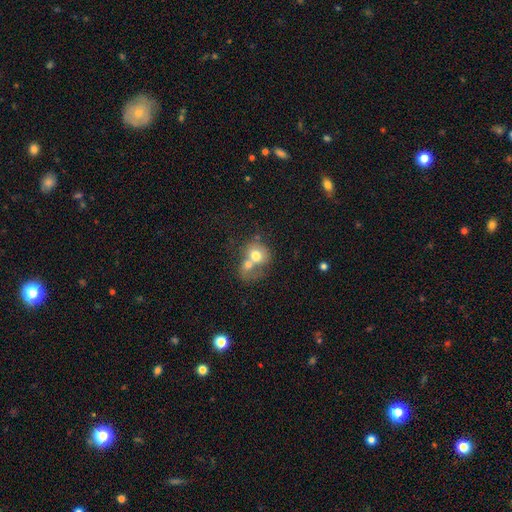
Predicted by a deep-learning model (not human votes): The model was most divided on "how rounded": round: 60%, in between: 39%, cigar-shaped: 1%. More confident: merging — merger (70%); smooth or featured — smooth (68%).